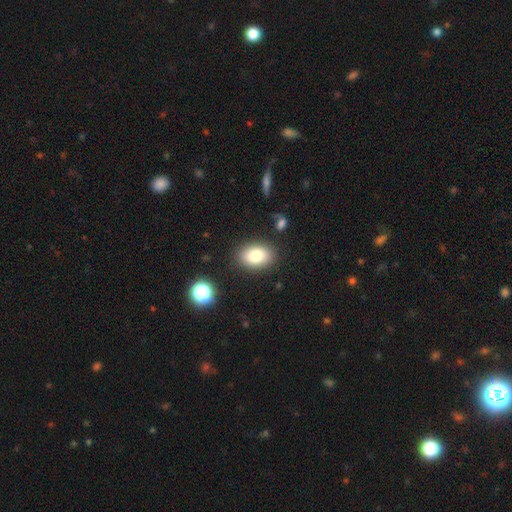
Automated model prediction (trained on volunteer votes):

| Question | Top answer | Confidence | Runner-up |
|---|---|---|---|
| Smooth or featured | smooth | 80% | featured or disk (10%) |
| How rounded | in between | 81% | round (17%) |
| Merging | none | 85% | minor disturbance (9%) |